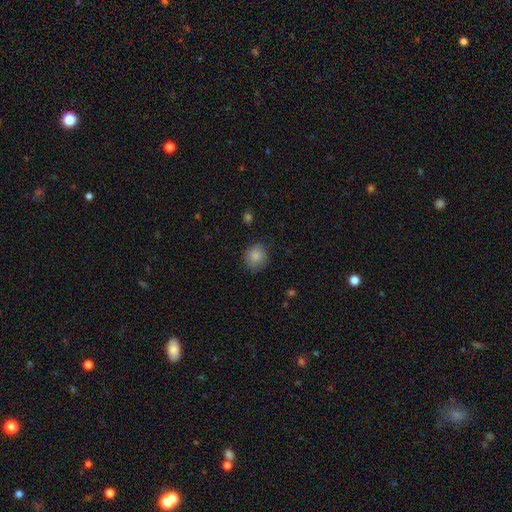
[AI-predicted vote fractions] smooth 86%, star or artifact 8%, featured or disk 5%. Down the decision tree: how rounded — round (82%); merging — none (80%).